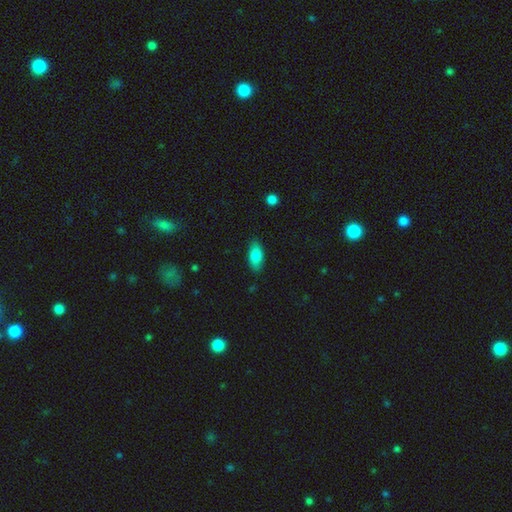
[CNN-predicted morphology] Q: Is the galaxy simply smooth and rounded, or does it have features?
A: smooth — 81%.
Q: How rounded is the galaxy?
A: in between — 87%.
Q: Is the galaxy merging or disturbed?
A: none — 85%.